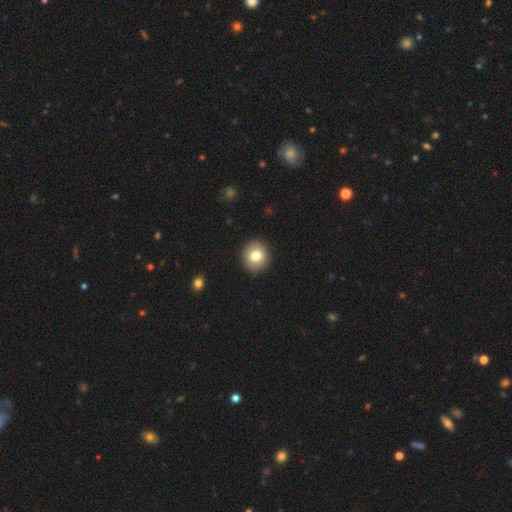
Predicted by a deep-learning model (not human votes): Overall: smooth (80%). How rounded: round (84%). Merging: none (91%).